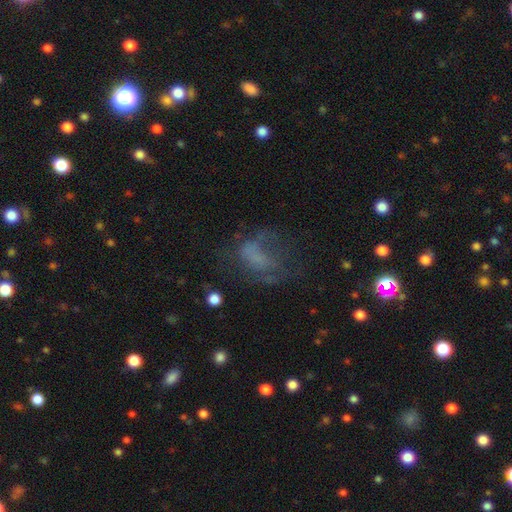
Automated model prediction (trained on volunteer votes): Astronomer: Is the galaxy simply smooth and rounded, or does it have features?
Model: featured or disk — 42% (runner-up: smooth, 39%).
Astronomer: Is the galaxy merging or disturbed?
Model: major disturbance — 41% (runner-up: none, 37%).